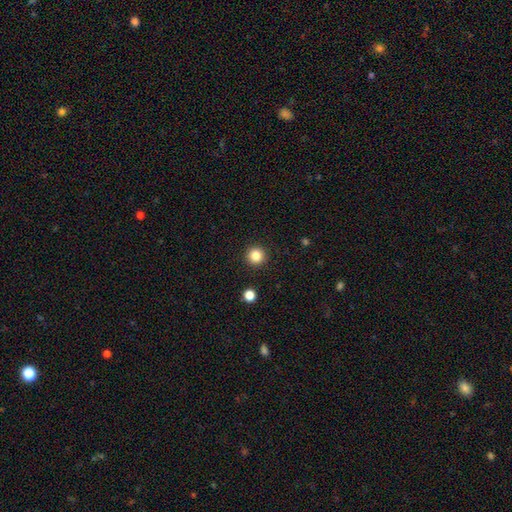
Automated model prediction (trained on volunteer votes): This appears to be a smooth galaxy with no disk features (85%) that is round (96%). Merging: none (93%).